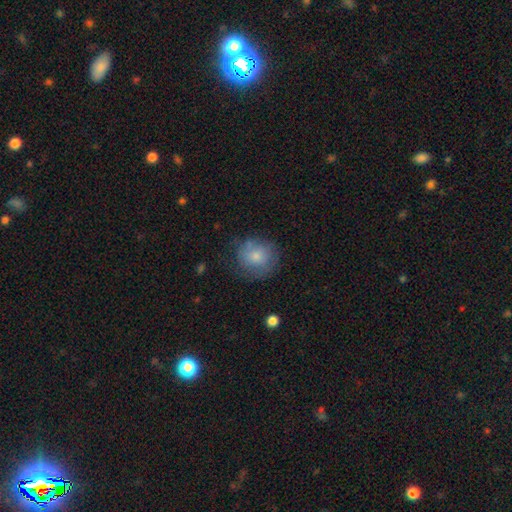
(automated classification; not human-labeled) A smooth galaxy with no disk features (75%) that is round (83%). Merging: none (68%).